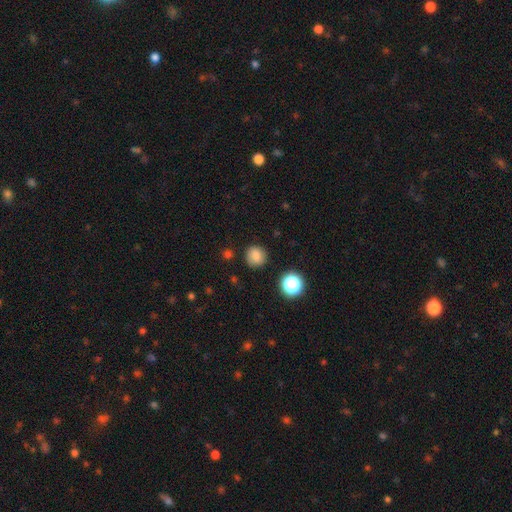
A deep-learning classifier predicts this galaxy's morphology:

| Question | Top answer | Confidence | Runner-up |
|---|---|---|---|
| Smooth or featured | smooth | 80% | star or artifact (13%) |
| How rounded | round | 89% | in between (10%) |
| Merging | none | 85% | minor disturbance (10%) |